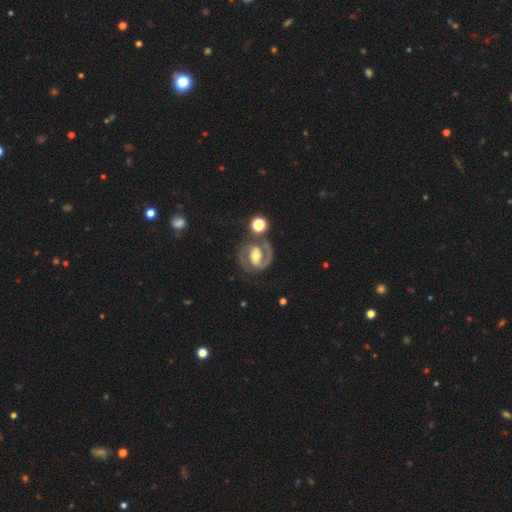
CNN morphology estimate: Smooth or featured: featured or disk — 88% (smooth — 7%)
Edge-on disk: no — 98% (yes — 2%)
Bar: strong — 47% (weak — 36%)
Spiral arms: yes — 95% (no — 5%)
Spiral winding: medium — 49% (tight — 42%)
Spiral arm count: 2 — 89% (1 — 5%)
Bulge size: moderate — 68% (small — 20%)
Merging: none — 71% (minor disturbance — 14%)